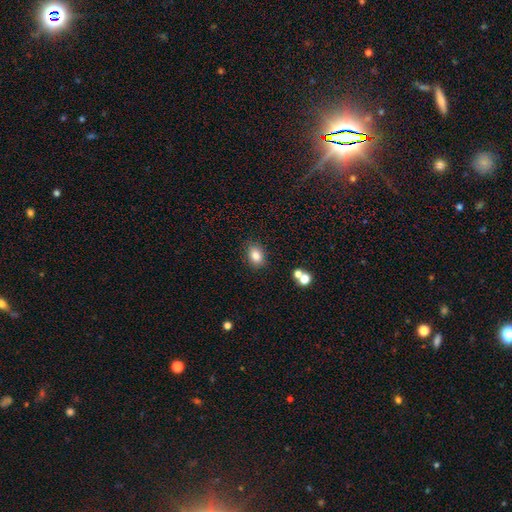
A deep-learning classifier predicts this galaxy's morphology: The model was most divided on "how rounded": in between: 71%, round: 28%, cigar-shaped: 1%. More confident: merging — none (84%); smooth or featured — smooth (83%).